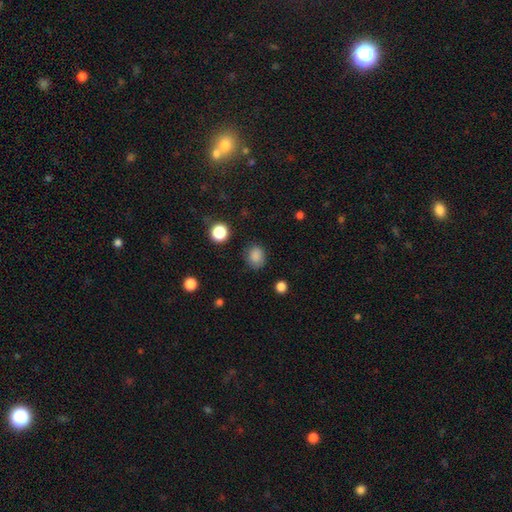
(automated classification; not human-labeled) The model was most divided on "how rounded": round: 66%, in between: 33%, cigar-shaped: 1%. More confident: smooth or featured — smooth (84%); merging — none (81%).